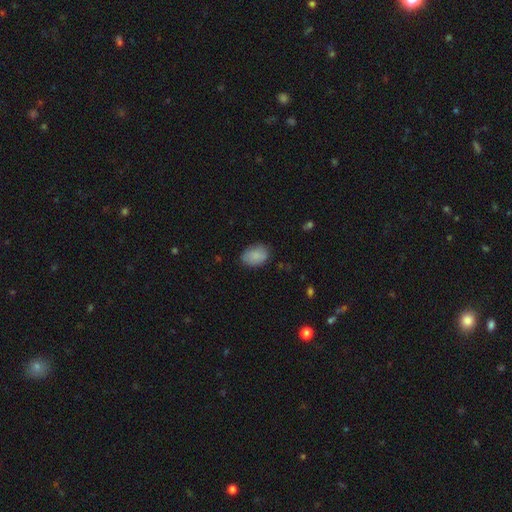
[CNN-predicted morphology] Smooth or featured? smooth (87%)
How rounded? in between (83%)
Merging? none (78%)